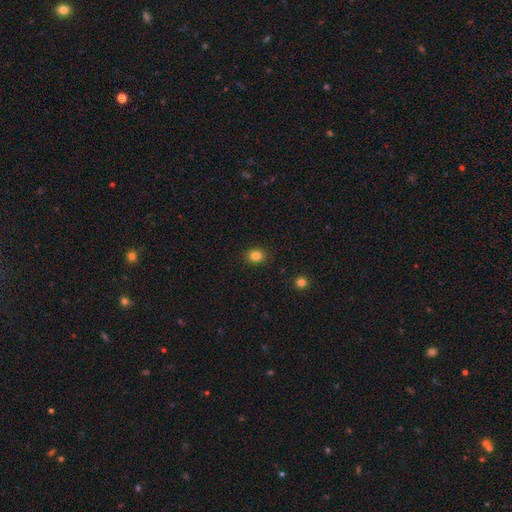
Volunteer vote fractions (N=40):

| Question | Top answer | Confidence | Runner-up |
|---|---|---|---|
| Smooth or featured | smooth | 95% | featured or disk (2%) |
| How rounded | round | 68% | in between (32%) |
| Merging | none | 95% | minor disturbance (5%) |